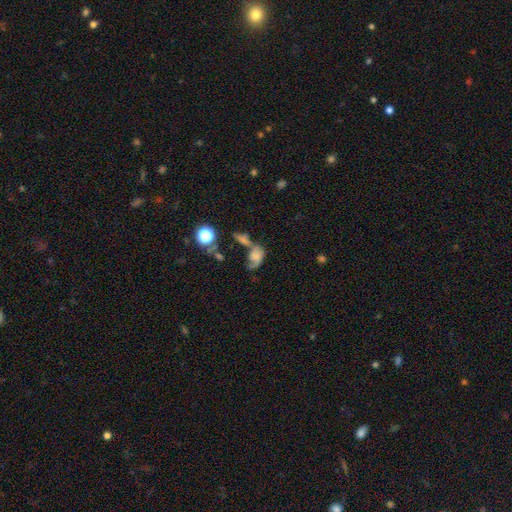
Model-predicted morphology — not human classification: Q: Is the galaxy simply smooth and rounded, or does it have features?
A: smooth — 53%.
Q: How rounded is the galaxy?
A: in between — 78%.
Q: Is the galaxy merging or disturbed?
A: merger — 47%.